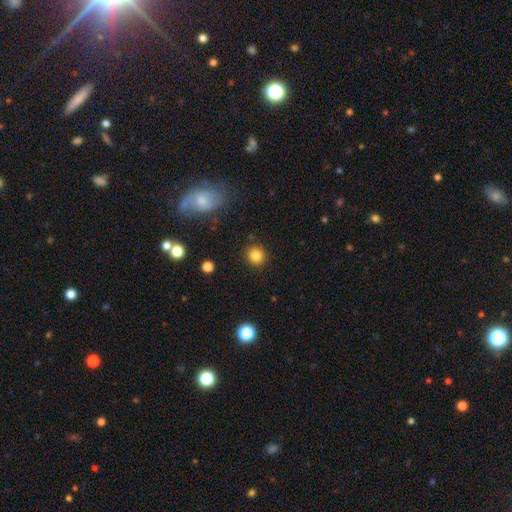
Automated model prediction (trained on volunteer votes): smooth_or_featured: smooth (p=0.83) [alt: star or artifact p=0.11]
how_rounded: round (p=0.90) [alt: in between p=0.09]
merging: none (p=0.90) [alt: minor disturbance p=0.07]